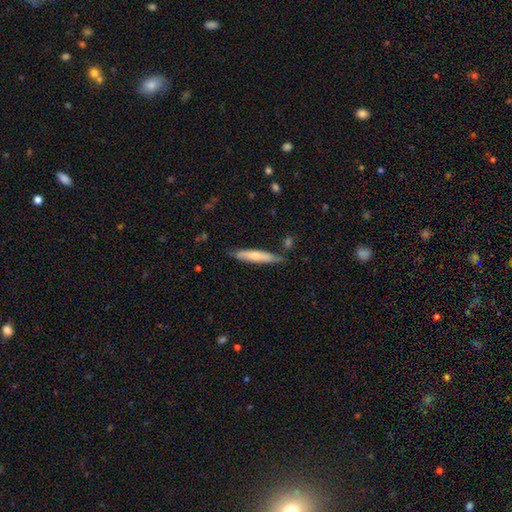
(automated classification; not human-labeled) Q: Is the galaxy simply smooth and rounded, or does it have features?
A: smooth — 62%.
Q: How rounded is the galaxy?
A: cigar-shaped — 88%.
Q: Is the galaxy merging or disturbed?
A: none — 74%.